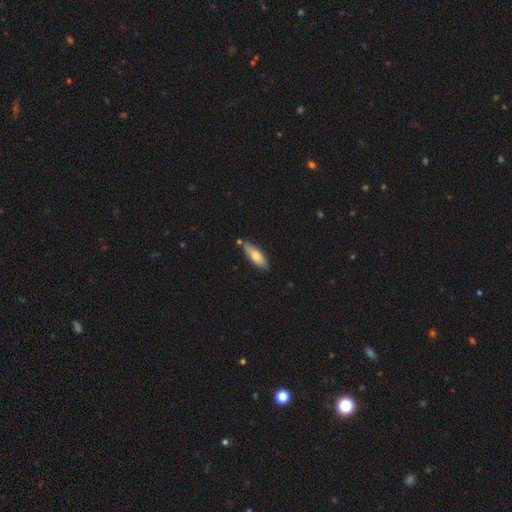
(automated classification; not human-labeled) This is likely a smooth galaxy (73%). How rounded: likely in between (63%). Merging: likely none (79%).